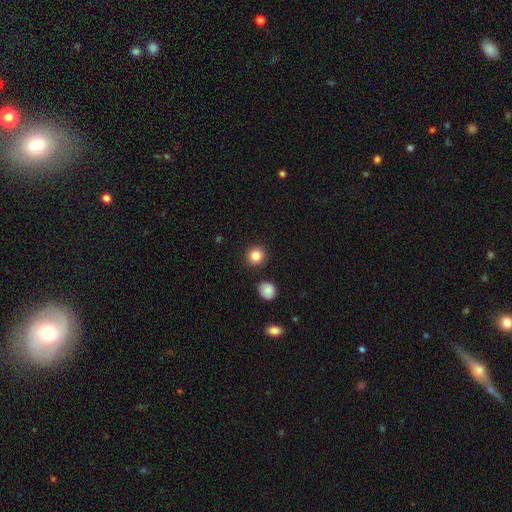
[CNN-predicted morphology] A smooth galaxy with no disk features (85%) that is round (92%). Merging: none (90%).